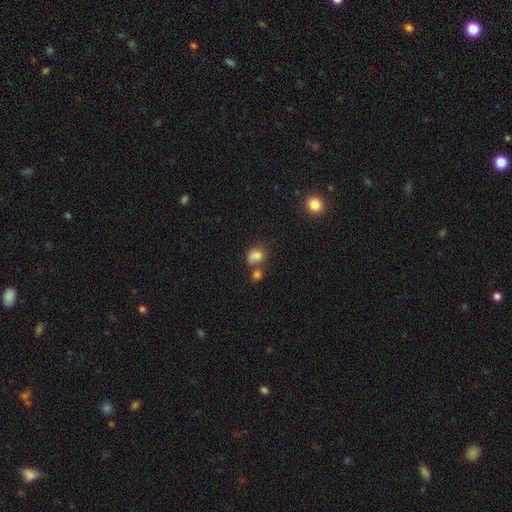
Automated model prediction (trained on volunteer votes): smooth 79%, star or artifact 12%, featured or disk 9%. Down the decision tree: how rounded — round (52%); merging — none (40%).